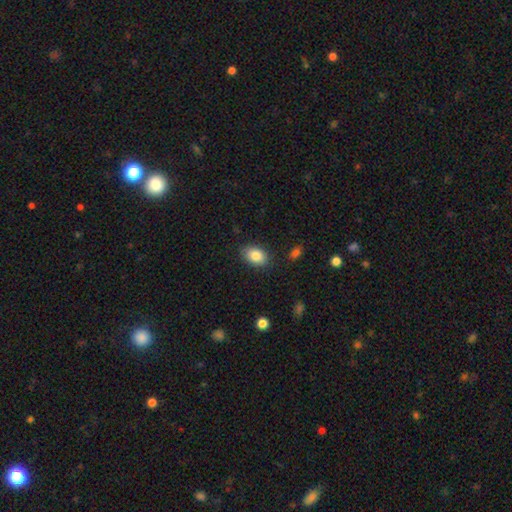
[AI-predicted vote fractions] Overall: smooth (85%). How rounded: in between (84%). Merging: none (85%).